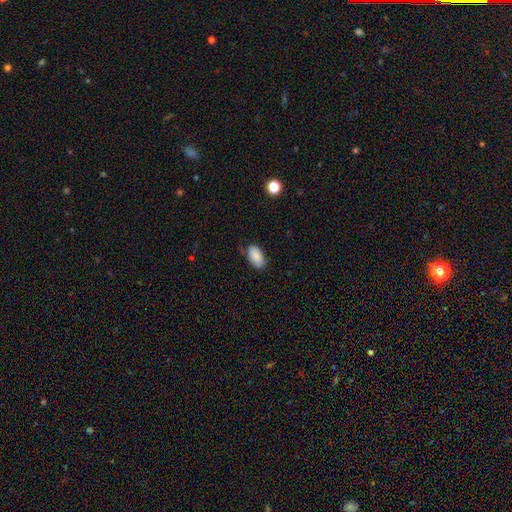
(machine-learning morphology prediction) smooth-or-featured: smooth: 87% | star or artifact: 7% | featured or disk: 6%
  how-rounded: in between: 94% | round: 3% | cigar-shaped: 2%
  merging: none: 72% | minor disturbance: 22% | major disturbance: 4% | merger: 1%